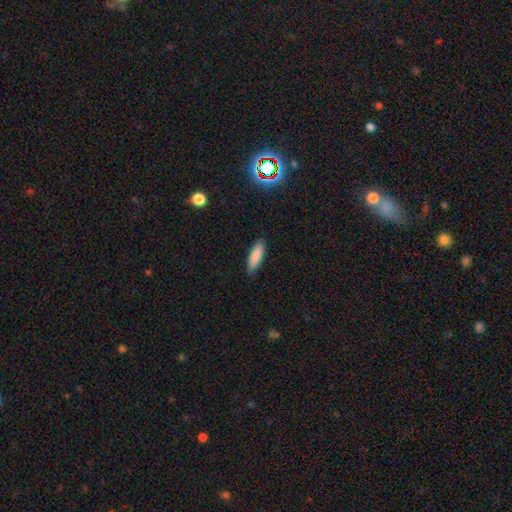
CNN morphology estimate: The model was most divided on "how rounded": in between: 50%, cigar-shaped: 49%, round: 2%. More confident: smooth or featured — smooth (86%); merging — none (85%).